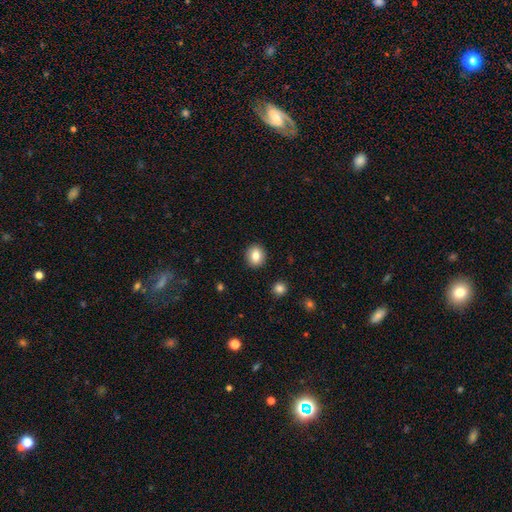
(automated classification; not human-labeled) Smooth or featured? smooth (83%)
How rounded? round (76%)
Merging? none (91%)